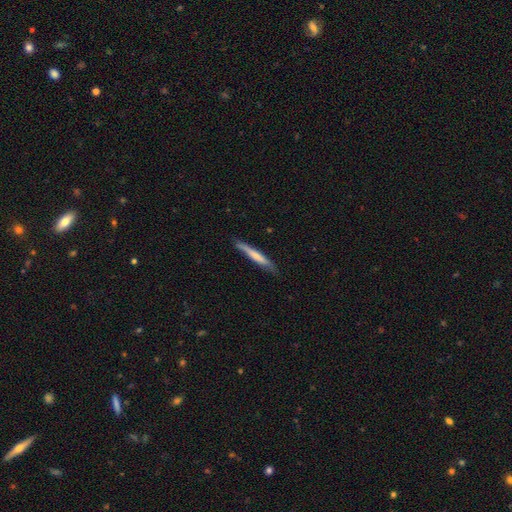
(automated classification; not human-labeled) This is possibly a smooth galaxy (60%). How rounded: clearly cigar-shaped (95%). Merging: likely none (79%).